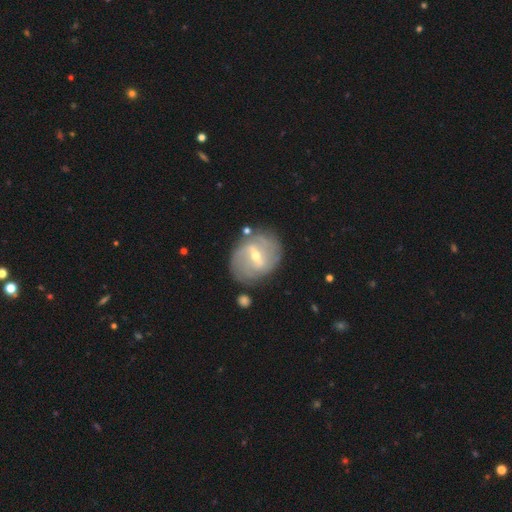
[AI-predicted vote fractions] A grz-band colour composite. It shows a featured or disk galaxy (81%) with a weak bar (46%), 2 (43%) tight (49%) spiral arms (85%) and a small central bulge (49%). Merging: none (75%).